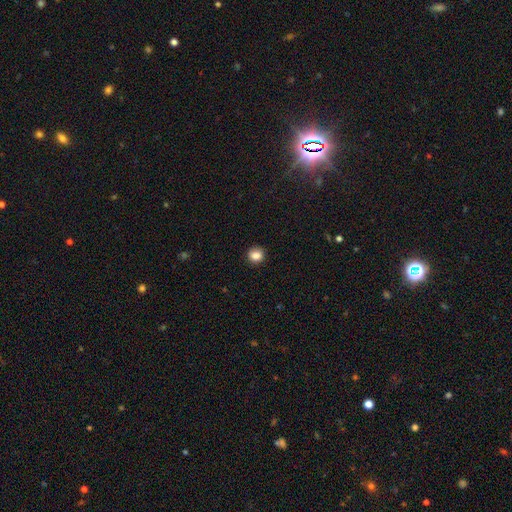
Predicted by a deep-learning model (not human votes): This appears to be a smooth galaxy with no disk features (84%) that is round (84%). Merging: none (89%).